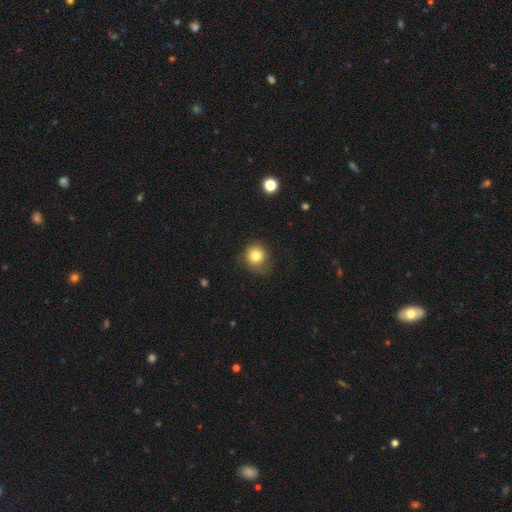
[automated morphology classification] Smooth or featured?
  - smooth: 79% *
  - star or artifact: 11%
  - featured or disk: 10%
How rounded?
  - round: 88% *
  - in between: 11%
  - cigar-shaped: 1%
Merging?
  - none: 69% *
  - minor disturbance: 21%
  - major disturbance: 8%
  - merger: 1%